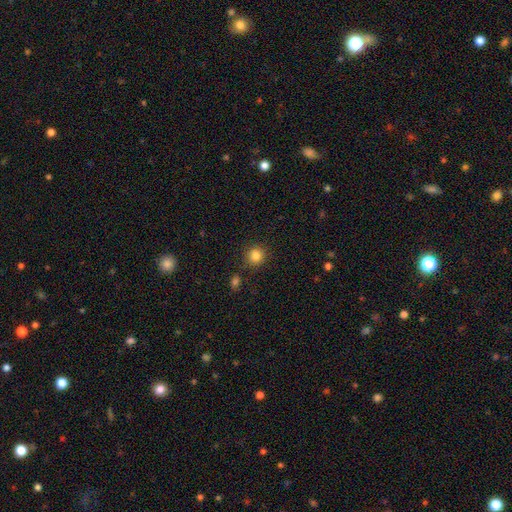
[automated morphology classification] A smooth galaxy with no disk features (84%) that is round (86%). Merging: none (84%).